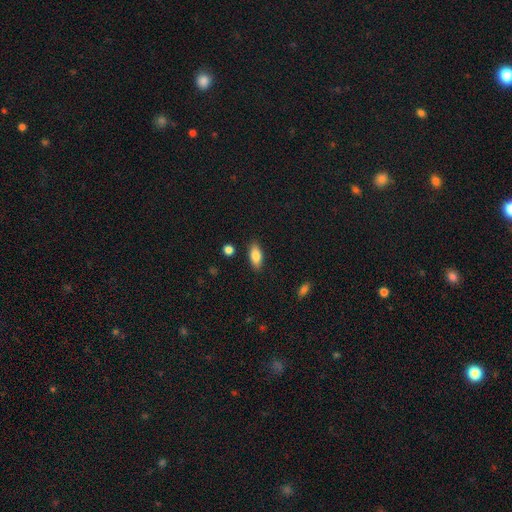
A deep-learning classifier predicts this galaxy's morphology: Smooth or featured? smooth (83%)
How rounded? in between (85%)
Merging? none (86%)